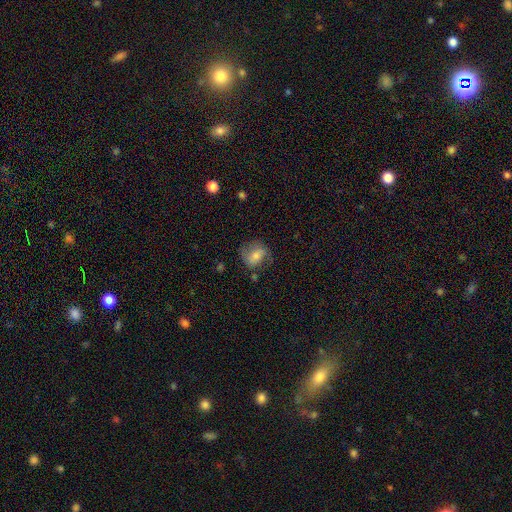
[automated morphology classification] The model was most divided on "how rounded": round: 57%, in between: 42%, cigar-shaped: 1%. More confident: merging — none (64%); smooth or featured — smooth (58%).